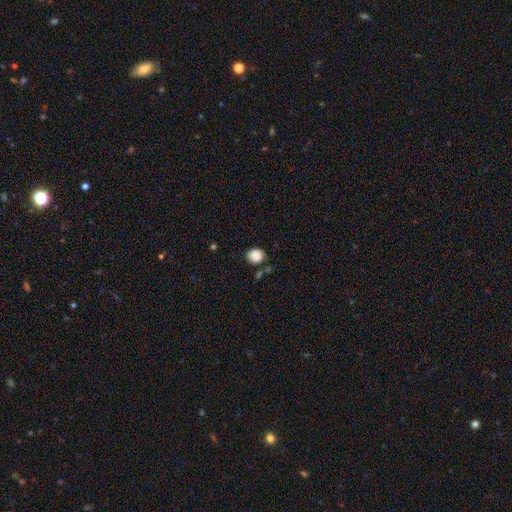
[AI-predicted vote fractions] Smooth or featured: smooth — 88% (star or artifact — 9%)
How rounded: round — 69% (in between — 30%)
Merging: none — 77% (minor disturbance — 13%)